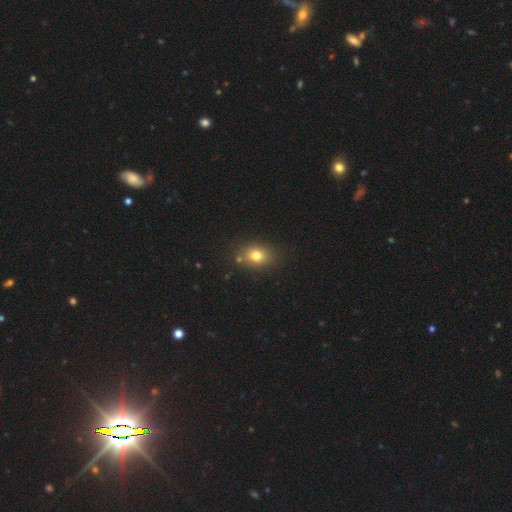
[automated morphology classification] Smooth or featured?
  - smooth: 77% *
  - star or artifact: 13%
  - featured or disk: 10%
How rounded?
  - in between: 53% *
  - round: 46%
  - cigar-shaped: 1%
Merging?
  - none: 80% *
  - minor disturbance: 11%
  - merger: 5%
  - major disturbance: 3%